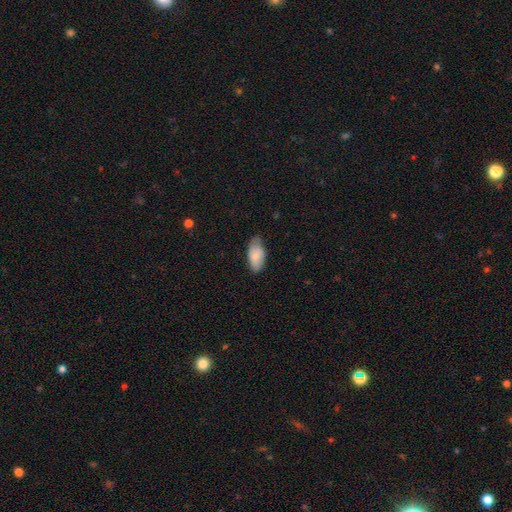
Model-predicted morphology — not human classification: The model was most divided on "merging": none: 63%, minor disturbance: 31%, major disturbance: 5%, merger: 1%. More confident: how rounded — in between (92%); smooth or featured — smooth (82%).